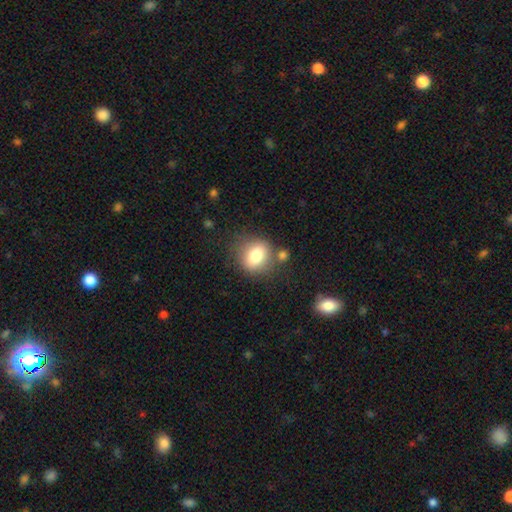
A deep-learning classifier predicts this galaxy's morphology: The model was most divided on "how rounded": round: 60%, in between: 39%, cigar-shaped: 1%. More confident: smooth or featured — smooth (78%); merging — none (69%).